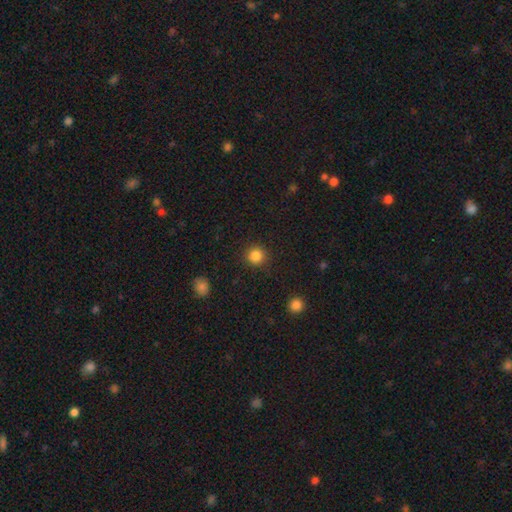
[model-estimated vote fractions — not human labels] This appears to be a smooth galaxy with no disk features (85%) that is round (93%). Merging: none (91%).